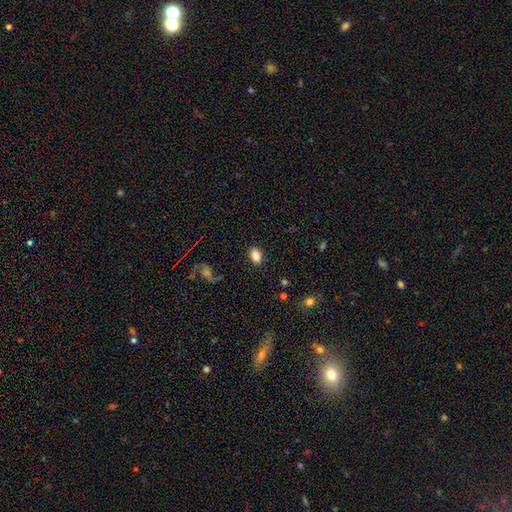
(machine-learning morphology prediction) Smooth or featured? Predicted: smooth (p=0.82). How rounded? Predicted: in between (p=0.86). Merging? Predicted: none (p=0.86).